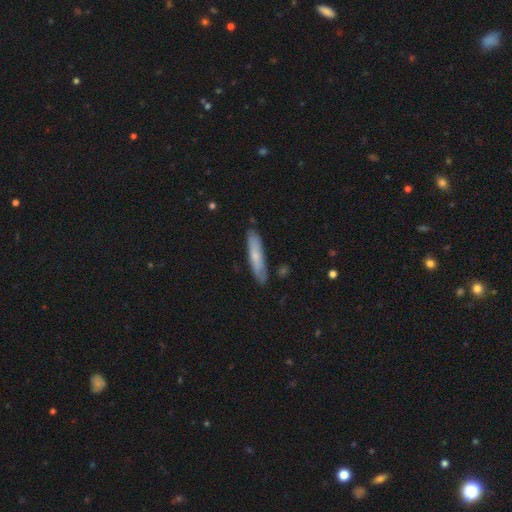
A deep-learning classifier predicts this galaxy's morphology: This is possibly a smooth galaxy (59%). How rounded: clearly cigar-shaped (85%). Merging: clearly none (82%).